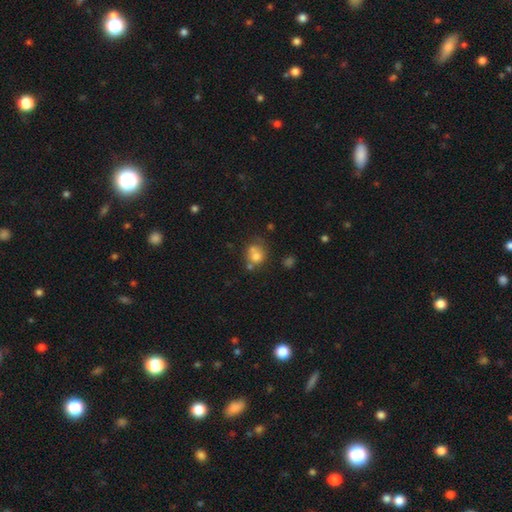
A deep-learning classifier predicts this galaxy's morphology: type=smooth (70%); roundness=round (74%); merging=none (41%).